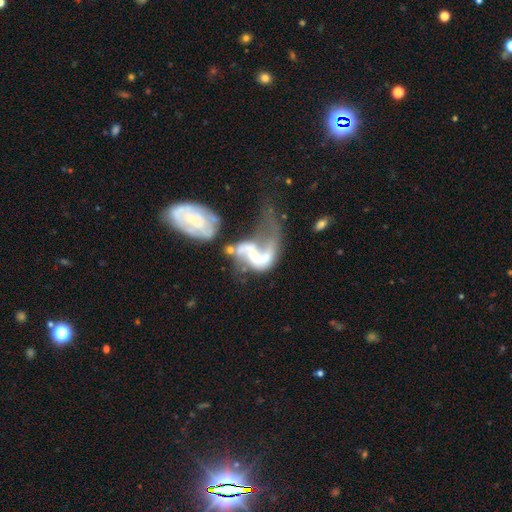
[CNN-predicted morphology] featured or disk 82%, smooth 11%, star or artifact 7%. Down the decision tree: edge-on disk — no (97%); bar — no (49%); spiral arms — yes (85%); spiral arm count — 2 (73%); spiral winding — loose (71%); bulge size — small (40%); merging — merger (51%).